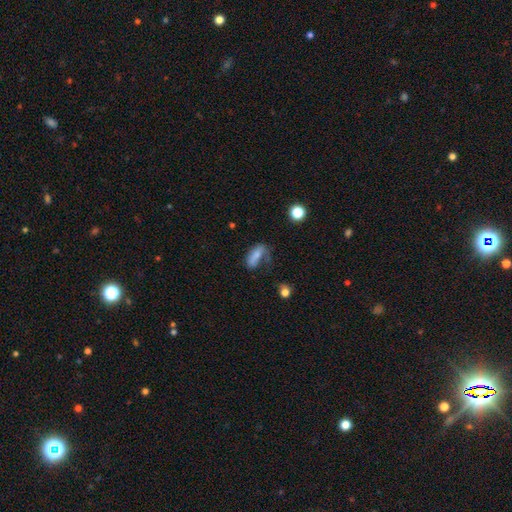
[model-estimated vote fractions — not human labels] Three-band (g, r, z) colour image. It shows a smooth galaxy with no disk features (68%) that is in between round and cigar-shaped (76%). Merging: none (36%).